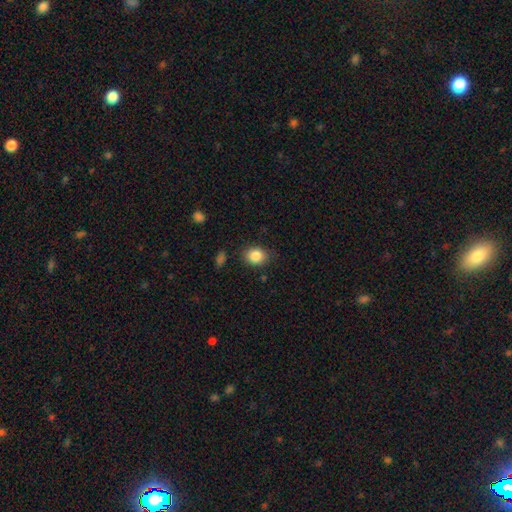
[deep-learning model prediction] Morphology: type=smooth (86%); roundness=round (57%); merging=none (81%).